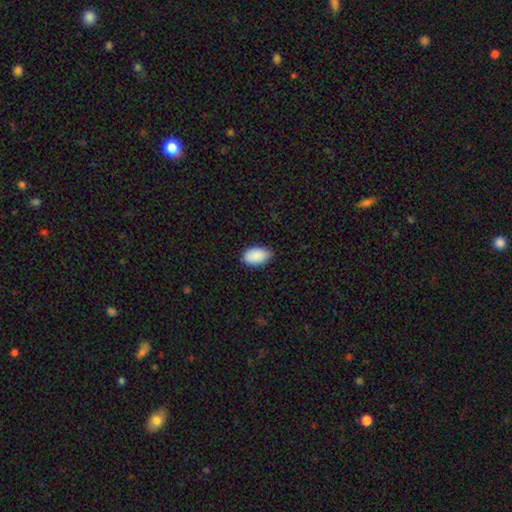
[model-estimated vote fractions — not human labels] smooth-or-featured: smooth: 91% | star or artifact: 6% | featured or disk: 3%
  how-rounded: in between: 94% | round: 5% | cigar-shaped: 1%
  merging: none: 79% | minor disturbance: 17% | major disturbance: 2% | merger: 1%